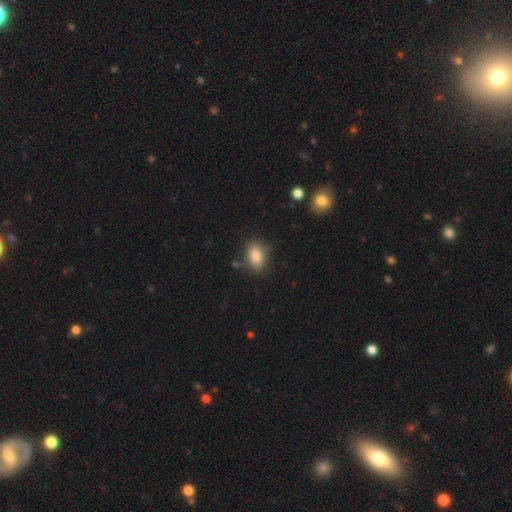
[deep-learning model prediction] Smooth or featured: smooth — 86% (star or artifact — 8%)
How rounded: in between — 87% (round — 11%)
Merging: none — 77% (minor disturbance — 15%)